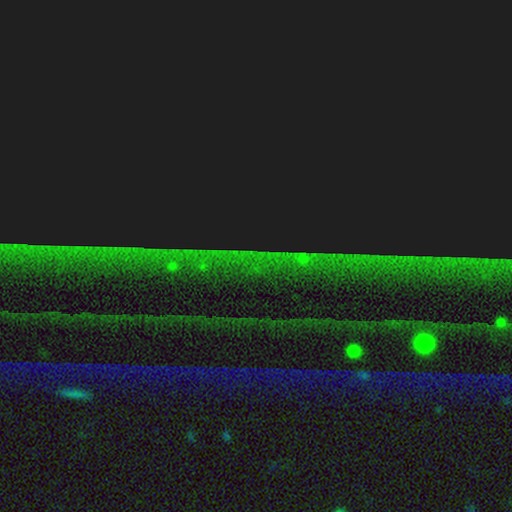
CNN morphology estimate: Smooth or featured? Predicted: star or artifact (p=0.88).